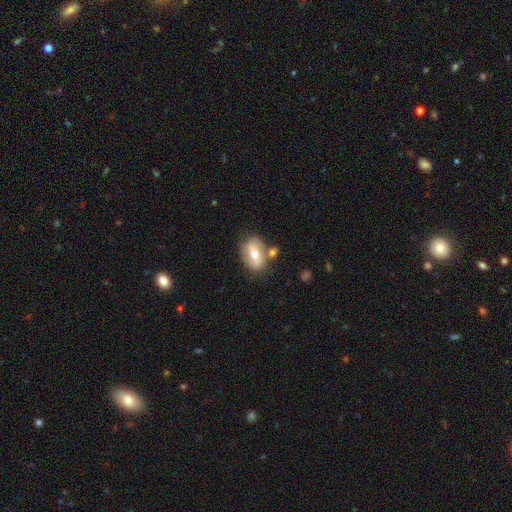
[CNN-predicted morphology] The model was most divided on "smooth or featured": featured or disk: 53%, smooth: 39%, star or artifact: 7%. More confident: edge-on disk — no (93%); merging — none (67%).